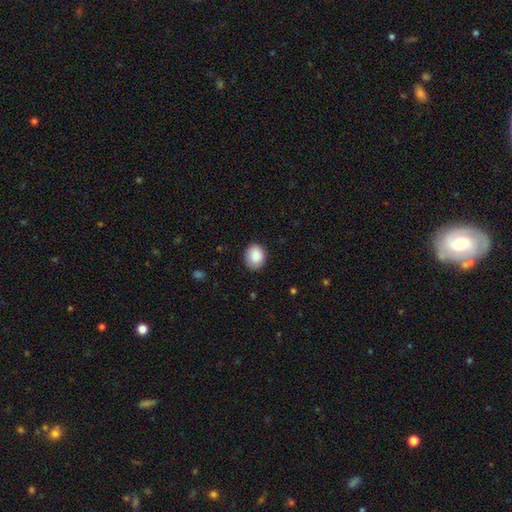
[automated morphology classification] A smooth galaxy with no disk features (88%) that is round (61%).

Vote fractions:
- Smooth or featured? smooth: 88% / star or artifact: 8% / featured or disk: 4%
- How rounded? round: 61% / in between: 38% / cigar-shaped: 1%
- Merging? none: 86% / minor disturbance: 11% / major disturbance: 2% / merger: 1%